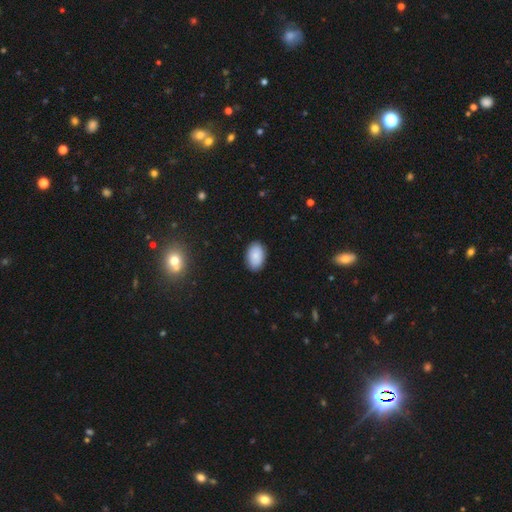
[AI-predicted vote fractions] This appears to be a smooth galaxy with no disk features (86%) that is in between round and cigar-shaped (92%). Merging: none (88%).